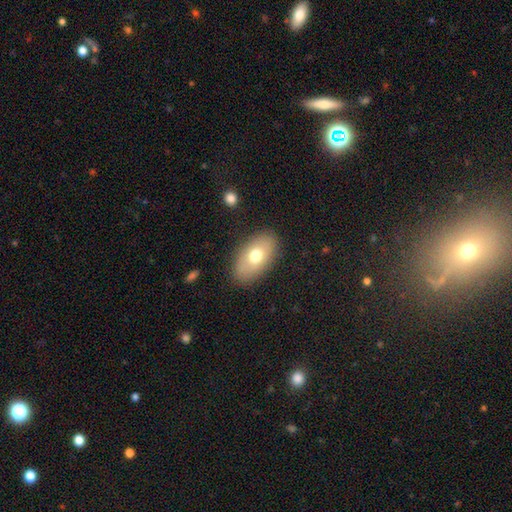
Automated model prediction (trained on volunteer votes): Q: Smooth or featured?
A: smooth (68%); runner-up: featured or disk (25%)
Q: How rounded?
A: in between (92%); runner-up: round (6%)
Q: Merging?
A: none (85%); runner-up: minor disturbance (10%)